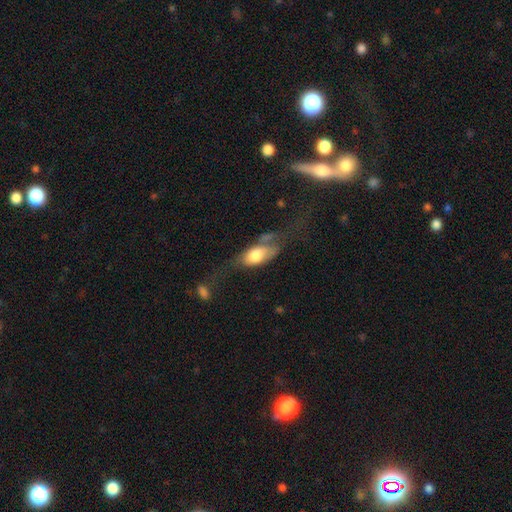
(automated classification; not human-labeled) Smooth or featured? Predicted: smooth (p=0.60). How rounded? Predicted: in between (p=0.85). Merging? Predicted: major disturbance (p=0.39).